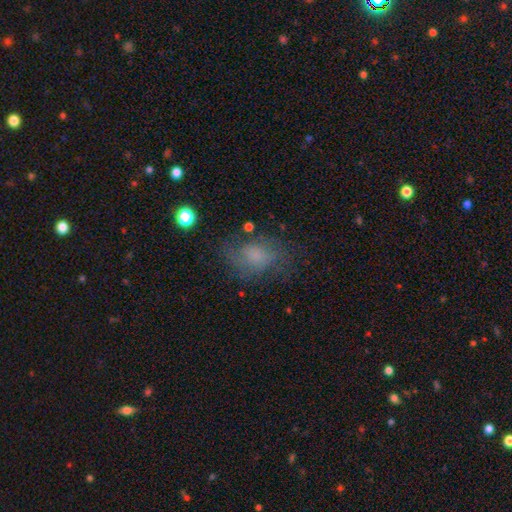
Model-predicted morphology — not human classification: This appears to be a smooth galaxy with no disk features (52%) that is in between round and cigar-shaped (71%). Merging: none (56%).